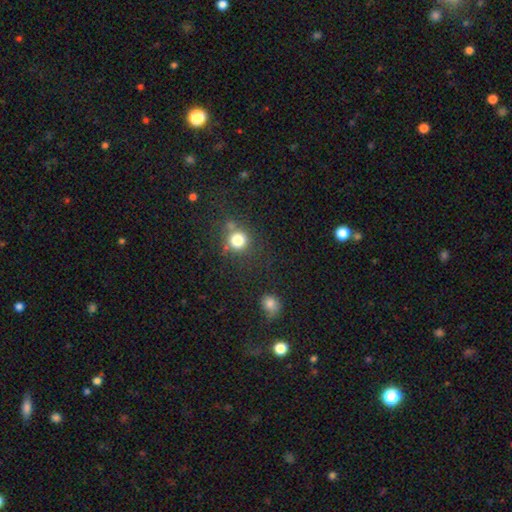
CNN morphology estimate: Overall: smooth (57%; star or artifact 36%). How rounded: round (88%). Merging: none (78%).